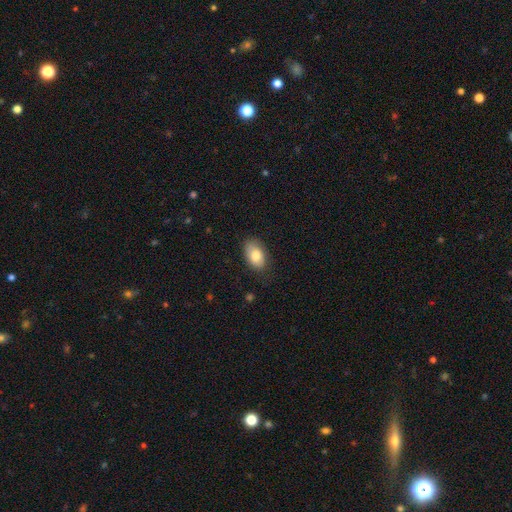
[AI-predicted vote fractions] Morphology: type=smooth (82%); roundness=in between (91%); merging=none (77%).